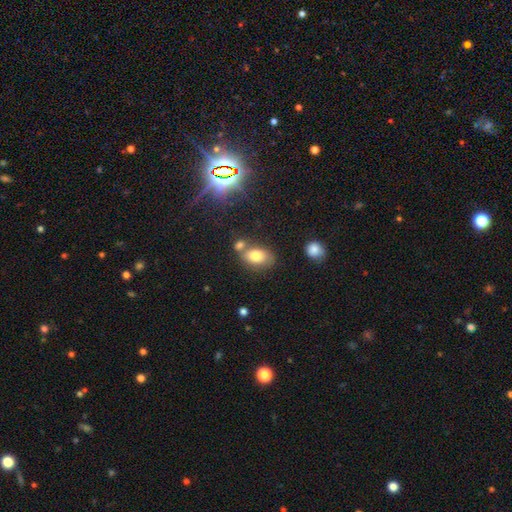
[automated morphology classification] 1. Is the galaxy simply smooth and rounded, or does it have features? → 76% smooth, 14% featured or disk, 10% star or artifact.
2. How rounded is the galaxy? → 85% in between, 13% round, 2% cigar-shaped.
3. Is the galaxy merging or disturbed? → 55% none, 25% merger, 16% minor disturbance, 5% major disturbance.